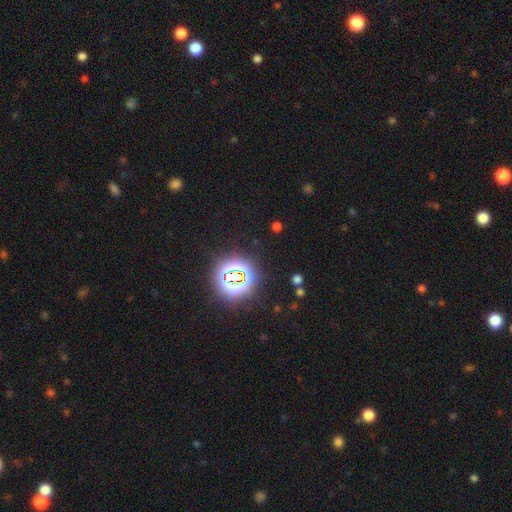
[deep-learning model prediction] smooth-or-featured: star or artifact: 84% | smooth: 11% | featured or disk: 5%